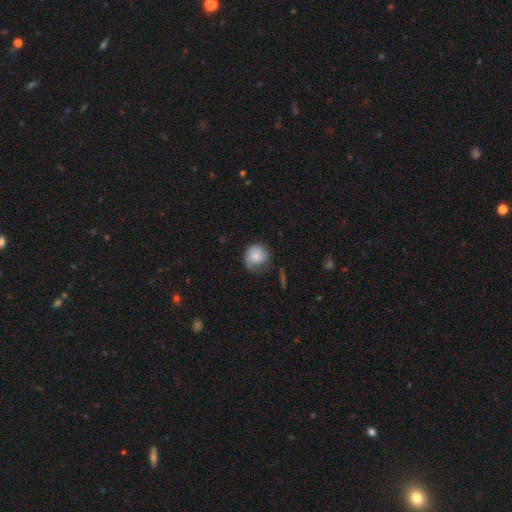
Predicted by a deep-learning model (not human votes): A smooth galaxy with no disk features (73%) that is round (83%). Merging: none (53%).